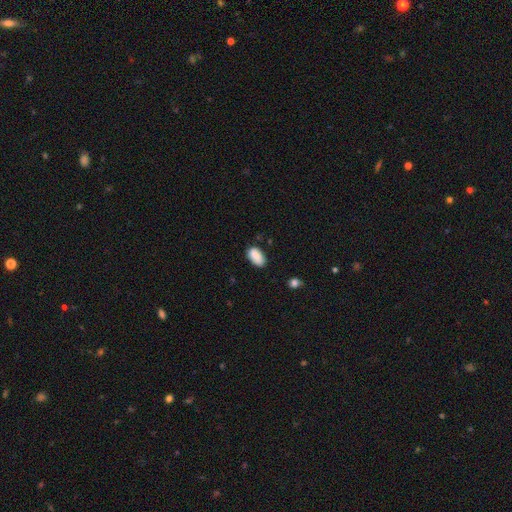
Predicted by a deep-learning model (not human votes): Overall: smooth (89%). How rounded: in between (94%). Merging: none (76%).